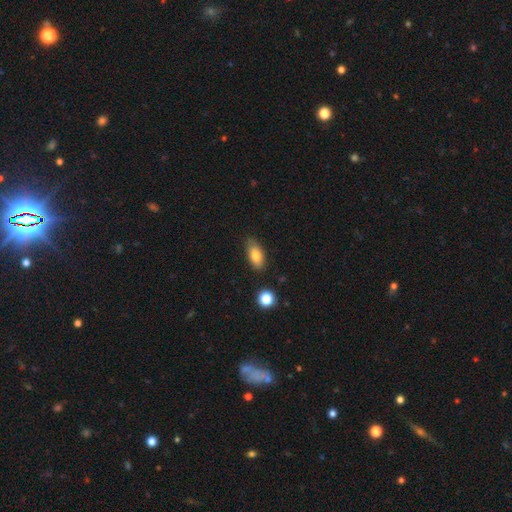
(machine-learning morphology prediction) A smooth galaxy with no disk features (79%) that is in between round and cigar-shaped (89%).

Vote fractions:
- Smooth or featured? smooth: 79% / featured or disk: 14% / star or artifact: 8%
- How rounded? in between: 89% / cigar-shaped: 7% / round: 5%
- Merging? none: 76% / minor disturbance: 19% / major disturbance: 3% / merger: 2%